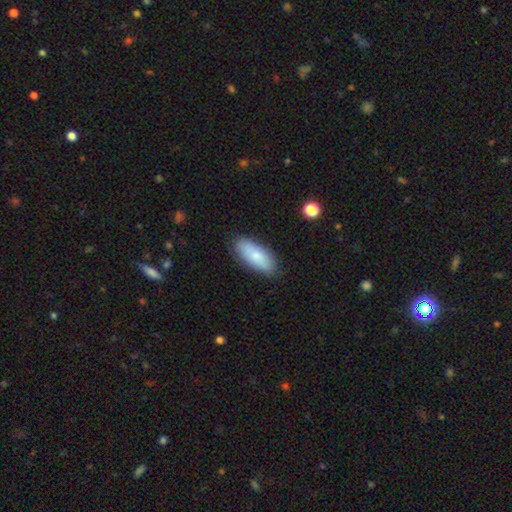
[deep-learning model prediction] smooth_or_featured: smooth (p=0.80) [alt: featured or disk p=0.14]
how_rounded: in between (p=0.82) [alt: cigar-shaped p=0.15]
merging: none (p=0.85) [alt: minor disturbance p=0.12]